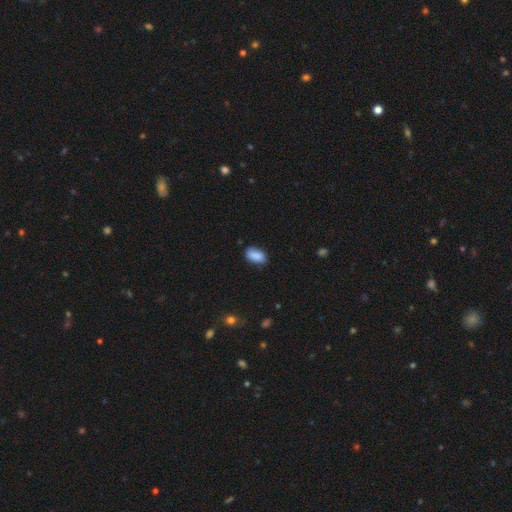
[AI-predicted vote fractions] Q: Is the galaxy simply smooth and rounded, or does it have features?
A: smooth — 87%.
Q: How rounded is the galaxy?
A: in between — 91%.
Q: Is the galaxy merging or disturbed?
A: none — 76%.